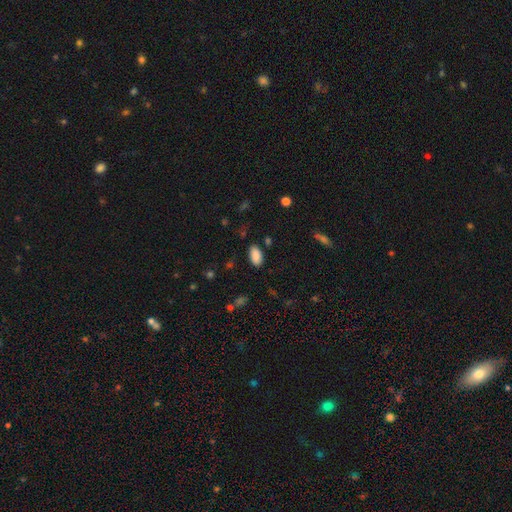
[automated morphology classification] smooth-or-featured: smooth: 88% | star or artifact: 8% | featured or disk: 4%
  how-rounded: in between: 94% | round: 3% | cigar-shaped: 3%
  merging: none: 85% | minor disturbance: 11% | major disturbance: 3% | merger: 2%